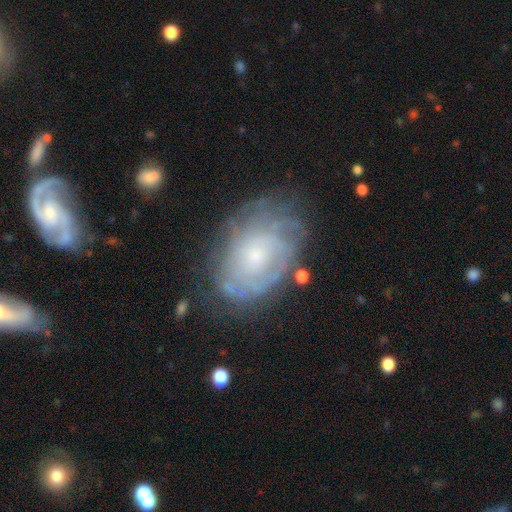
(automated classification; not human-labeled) This is likely a featured or disk galaxy (69%). It is clearly not viewed edge-on (96%). Bar: clearly no (81%). Spiral arm pattern: likely yes (78%). Spiral arm count: likely can't tell (64%). Spiral winding: likely tight (71%). Central bulge: likely small (66%). Merging: likely none (67%).